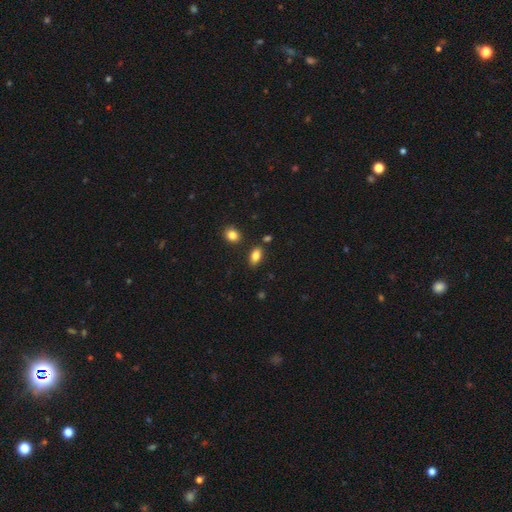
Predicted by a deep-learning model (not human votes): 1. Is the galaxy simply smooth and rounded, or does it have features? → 83% smooth, 9% star or artifact, 8% featured or disk.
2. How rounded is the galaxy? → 88% in between, 7% round, 4% cigar-shaped.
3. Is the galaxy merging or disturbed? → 81% none, 11% minor disturbance, 5% merger, 3% major disturbance.